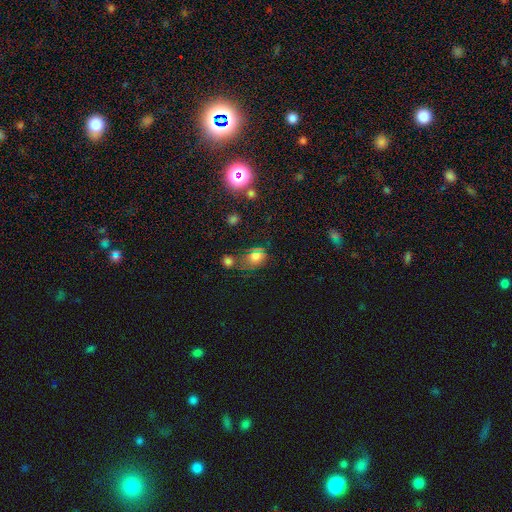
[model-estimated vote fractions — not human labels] Q: Smooth or featured?
A: smooth (55%); runner-up: star or artifact (34%)
Q: How rounded?
A: in between (54%); runner-up: round (43%)
Q: Merging?
A: none (61%); runner-up: minor disturbance (17%)